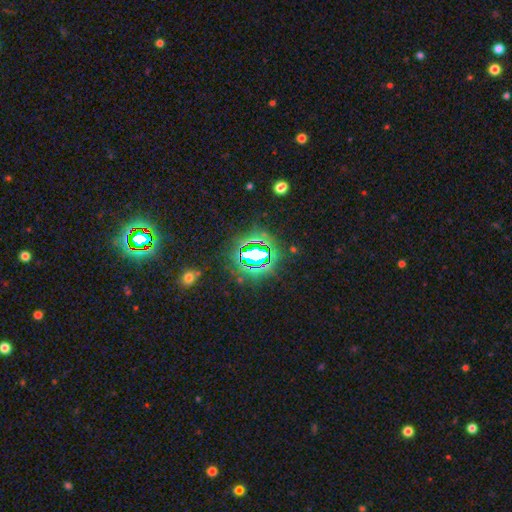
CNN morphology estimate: Smooth or featured?
  - star or artifact: 78% *
  - smooth: 13%
  - featured or disk: 10%